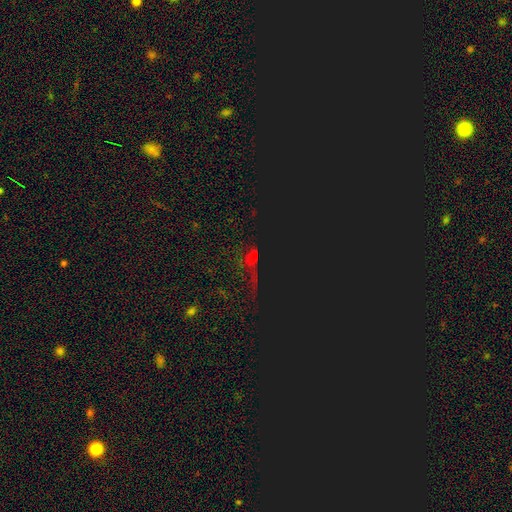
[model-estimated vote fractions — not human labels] A star or artifact, not a galaxy (71%).

Vote fractions:
- Smooth or featured? star or artifact: 71% / smooth: 19% / featured or disk: 10%